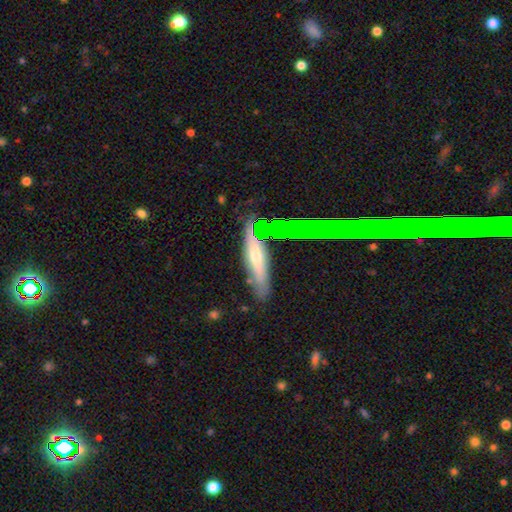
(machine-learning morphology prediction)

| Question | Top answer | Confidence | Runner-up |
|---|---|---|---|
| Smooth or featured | featured or disk | 47% | smooth (42%) |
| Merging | none | 72% | minor disturbance (18%) |